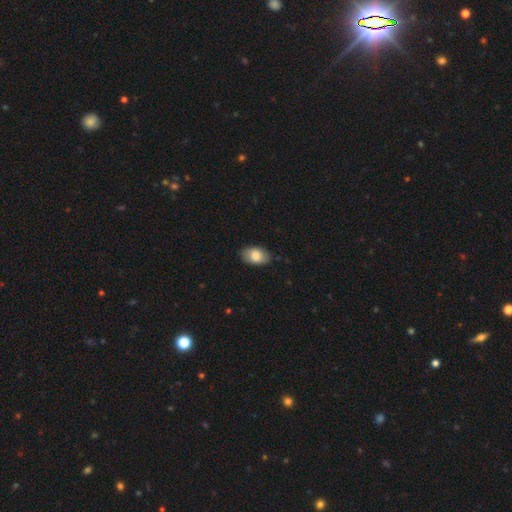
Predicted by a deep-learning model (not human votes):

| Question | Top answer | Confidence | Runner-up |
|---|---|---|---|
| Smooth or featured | smooth | 81% | featured or disk (13%) |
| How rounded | in between | 91% | round (7%) |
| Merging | none | 82% | minor disturbance (14%) |